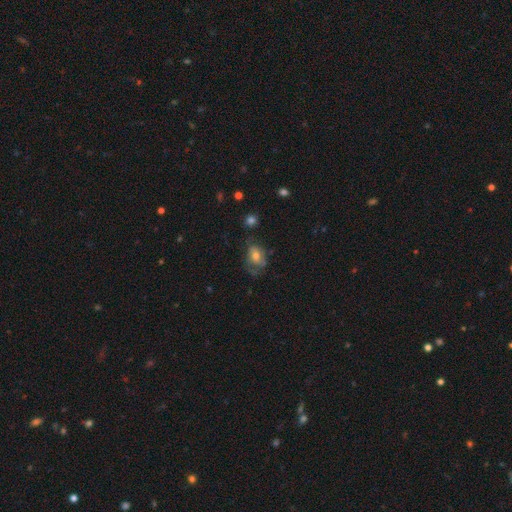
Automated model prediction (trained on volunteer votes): Overall: smooth (52%; featured or disk 36%). How rounded: in between (72%). Merging: none (48%; minor disturbance 28%).